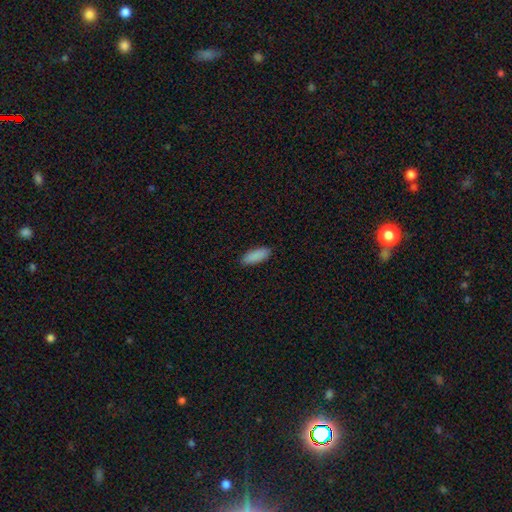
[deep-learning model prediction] smooth_or_featured: smooth (p=0.90) [alt: star or artifact p=0.06]
how_rounded: in between (p=0.72) [alt: cigar-shaped p=0.26]
merging: none (p=0.89) [alt: minor disturbance p=0.09]